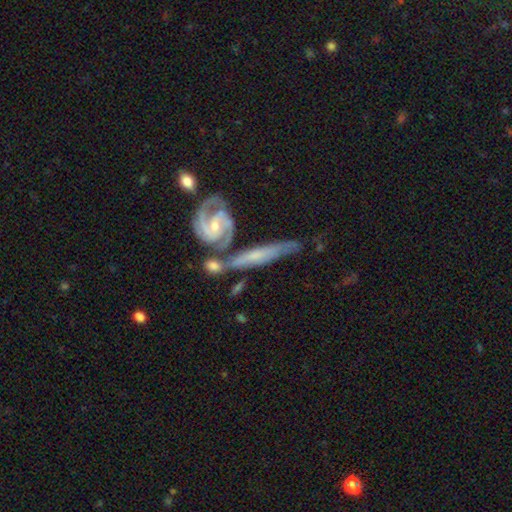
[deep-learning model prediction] Smooth or featured?
  - featured or disk: 78% *
  - smooth: 16%
  - star or artifact: 5%
Edge-on disk?
  - no: 66% *
  - yes: 34%
Bar?
  - no: 47% *
  - weak: 36%
  - strong: 16%
Spiral arms?
  - yes: 92% *
  - no: 8%
Bulge size?
  - small: 66% *
  - moderate: 26%
  - none: 5%
  - large: 2%
  - dominant: 1%
Merging?
  - none: 46% *
  - merger: 31%
  - minor disturbance: 17%
  - major disturbance: 6%